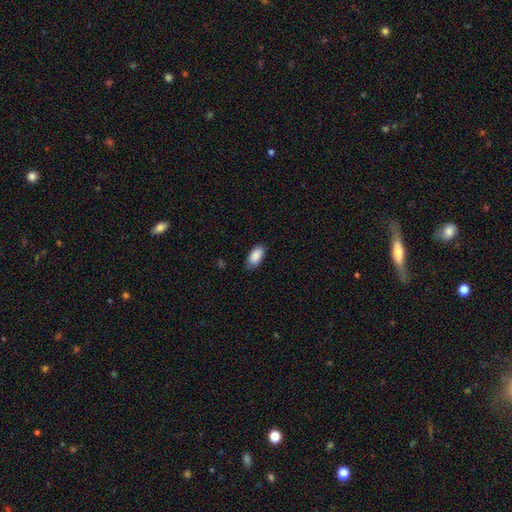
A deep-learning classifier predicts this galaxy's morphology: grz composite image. It shows a smooth galaxy with no disk features (88%) that is in between round and cigar-shaped (95%). Merging: none (81%).